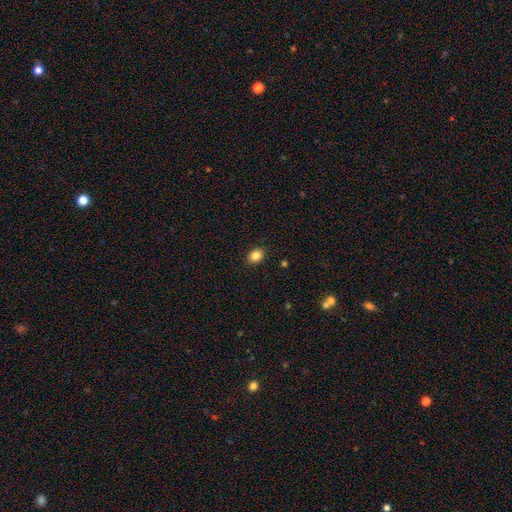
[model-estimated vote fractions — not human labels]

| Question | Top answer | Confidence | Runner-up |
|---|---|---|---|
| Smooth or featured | smooth | 84% | star or artifact (10%) |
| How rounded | in between | 56% | round (43%) |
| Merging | none | 89% | minor disturbance (8%) |